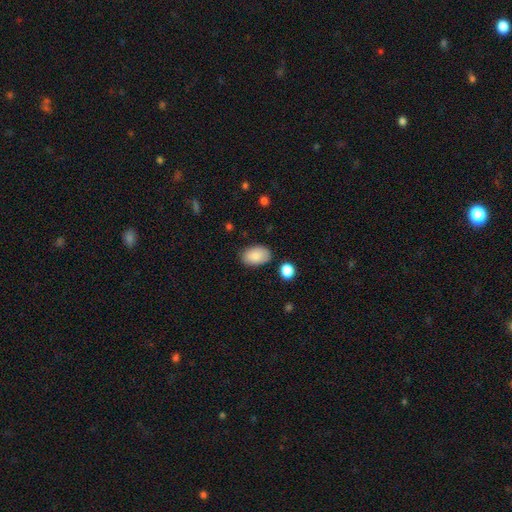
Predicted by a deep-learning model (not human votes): Q: Smooth or featured?
A: smooth (88%); runner-up: star or artifact (7%)
Q: How rounded?
A: in between (91%); runner-up: round (7%)
Q: Merging?
A: none (81%); runner-up: minor disturbance (13%)